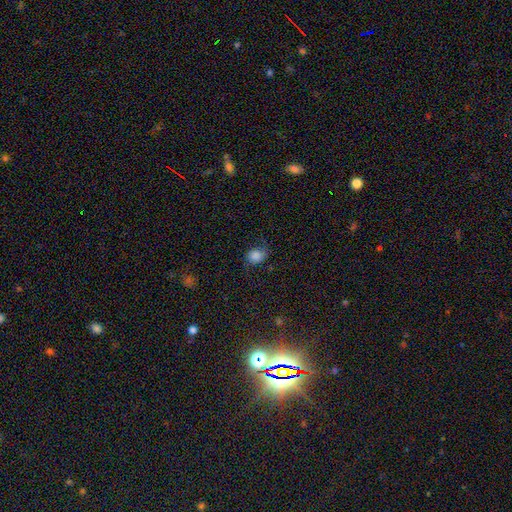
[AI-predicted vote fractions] Smooth or featured?
  - smooth: 63% *
  - featured or disk: 25%
  - star or artifact: 12%
How rounded?
  - round: 61% *
  - in between: 38%
  - cigar-shaped: 1%
Merging?
  - none: 61% *
  - minor disturbance: 23%
  - major disturbance: 15%
  - merger: 2%